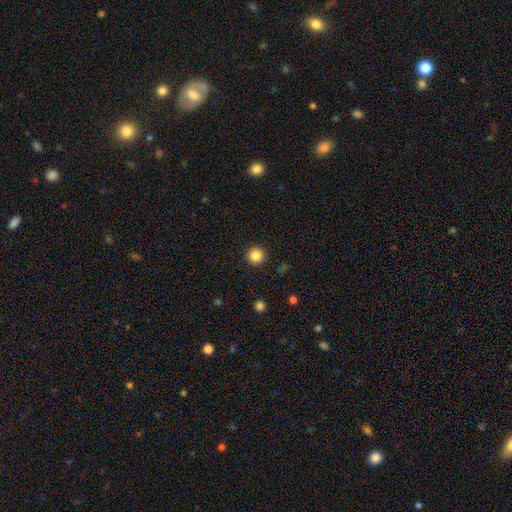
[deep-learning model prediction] A smooth galaxy with no disk features (85%) that is round (96%). Merging: none (93%).